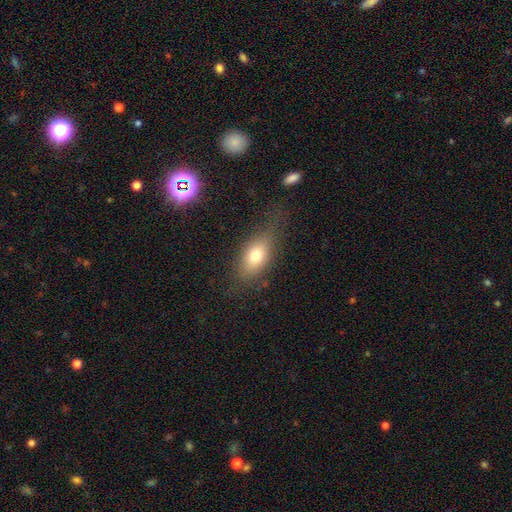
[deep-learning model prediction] Overall: smooth (73%). How rounded: in between (81%). Merging: none (62%; minor disturbance 23%).